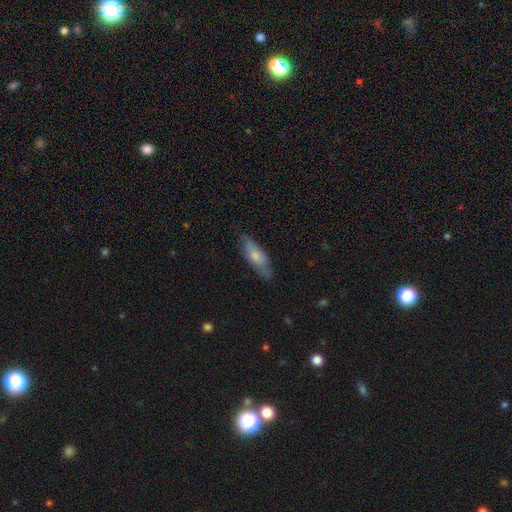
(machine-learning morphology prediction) smooth-or-featured: smooth: 67% | featured or disk: 28% | star or artifact: 6%
  how-rounded: in between: 57% | cigar-shaped: 41% | round: 2%
  merging: none: 72% | minor disturbance: 22% | major disturbance: 5% | merger: 2%